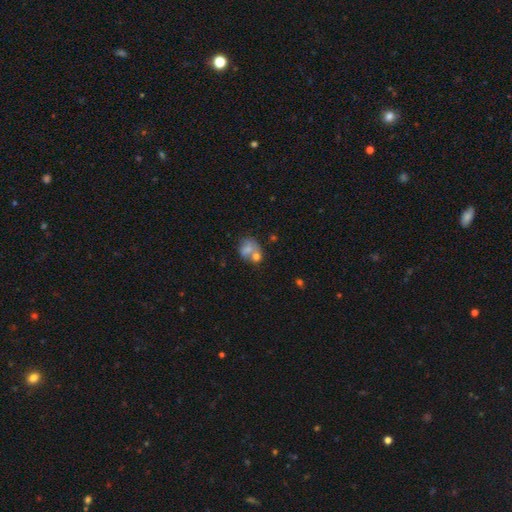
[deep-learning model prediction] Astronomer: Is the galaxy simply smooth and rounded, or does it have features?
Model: smooth — 61%.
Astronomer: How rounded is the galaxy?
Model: round — 52% (runner-up: in between, 47%).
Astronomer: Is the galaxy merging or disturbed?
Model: merger — 44% (runner-up: none, 30%).